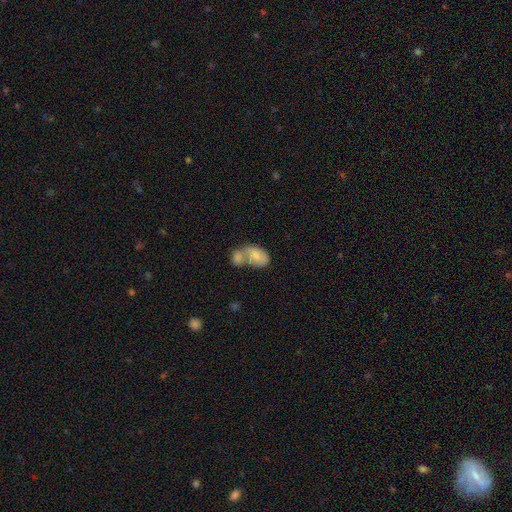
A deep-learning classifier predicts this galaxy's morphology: smooth 70%, featured or disk 23%, star or artifact 7%. Down the decision tree: how rounded — in between (86%); merging — merger (70%).